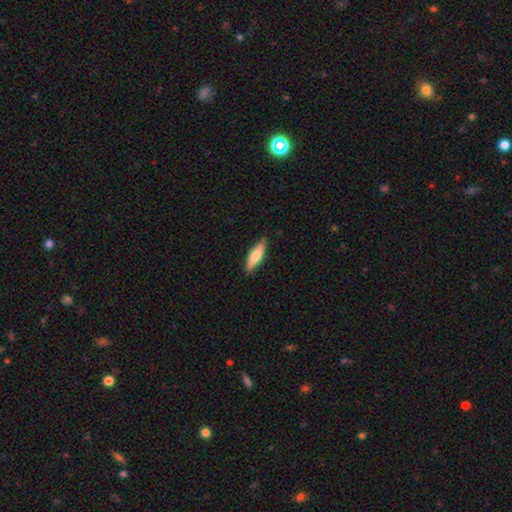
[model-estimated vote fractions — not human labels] This appears to be a smooth galaxy with no disk features (73%) that is in between round and cigar-shaped (52%). Merging: none (85%).